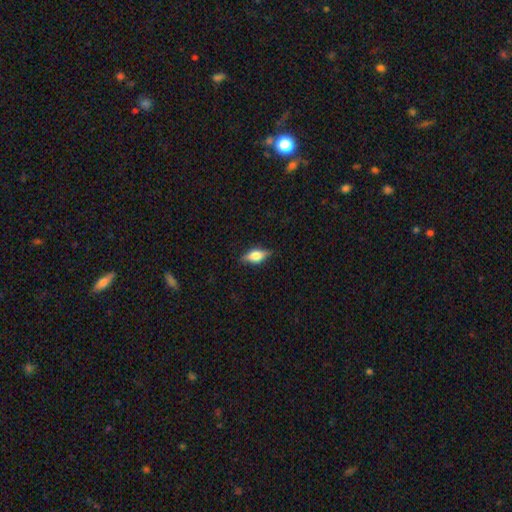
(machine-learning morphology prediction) Q: Smooth or featured?
A: smooth (54%); runner-up: featured or disk (38%)
Q: How rounded?
A: in between (75%); runner-up: cigar-shaped (19%)
Q: Merging?
A: none (85%); runner-up: minor disturbance (11%)